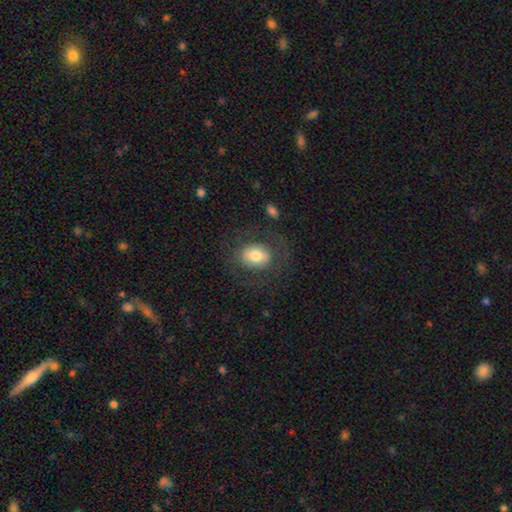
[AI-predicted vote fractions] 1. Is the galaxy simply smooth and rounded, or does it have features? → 67% smooth, 25% featured or disk, 8% star or artifact.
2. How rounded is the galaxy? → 53% in between, 46% round, 1% cigar-shaped.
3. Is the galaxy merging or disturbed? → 71% none, 14% minor disturbance, 13% major disturbance, 2% merger.